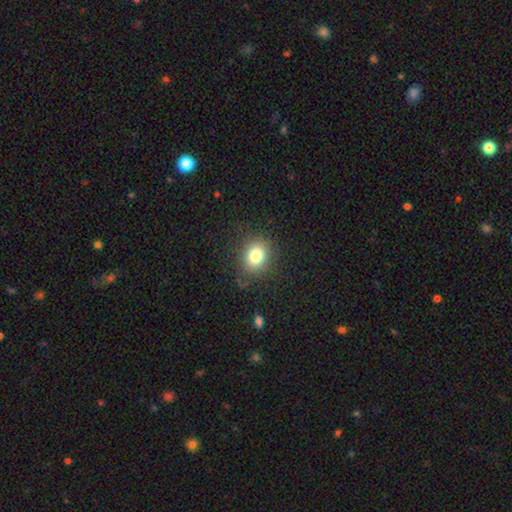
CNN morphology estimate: smooth-or-featured: smooth: 80% | star or artifact: 11% | featured or disk: 9%
  how-rounded: round: 59% | in between: 40% | cigar-shaped: 1%
  merging: none: 82% | minor disturbance: 12% | major disturbance: 5% | merger: 1%